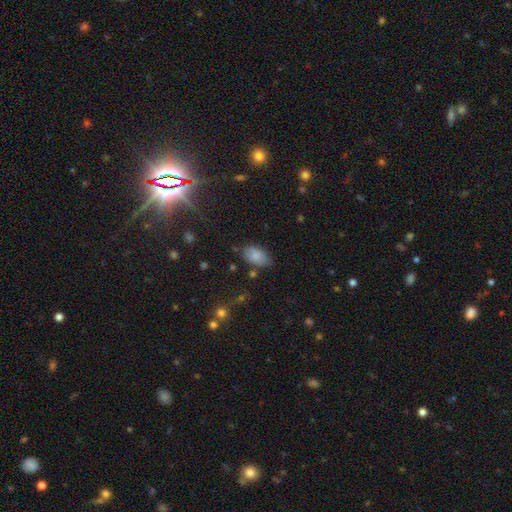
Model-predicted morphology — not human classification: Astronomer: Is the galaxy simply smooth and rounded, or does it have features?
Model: smooth — 82%.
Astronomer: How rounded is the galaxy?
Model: in between — 93%.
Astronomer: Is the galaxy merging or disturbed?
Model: none — 75%.